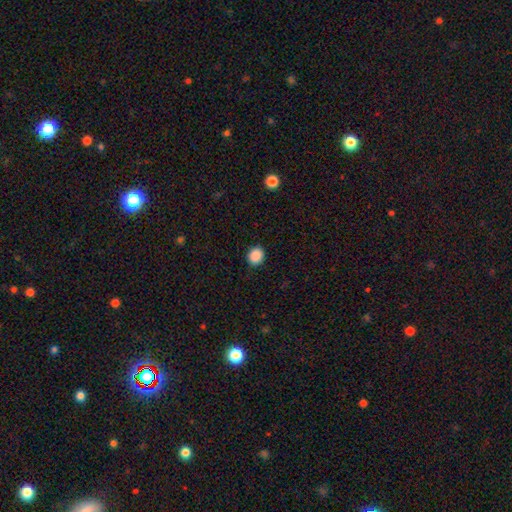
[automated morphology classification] Smooth or featured? Predicted: smooth (p=0.89). How rounded? Predicted: round (p=0.69). Merging? Predicted: none (p=0.90).